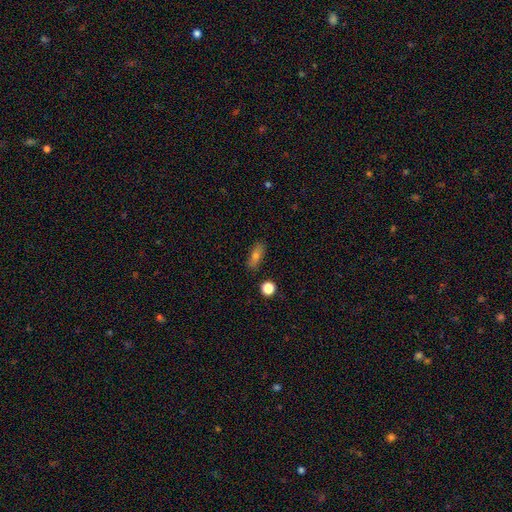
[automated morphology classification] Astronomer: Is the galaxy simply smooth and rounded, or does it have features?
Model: smooth — 68%.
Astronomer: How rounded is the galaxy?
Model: in between — 63%.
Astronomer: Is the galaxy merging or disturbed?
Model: none — 86%.